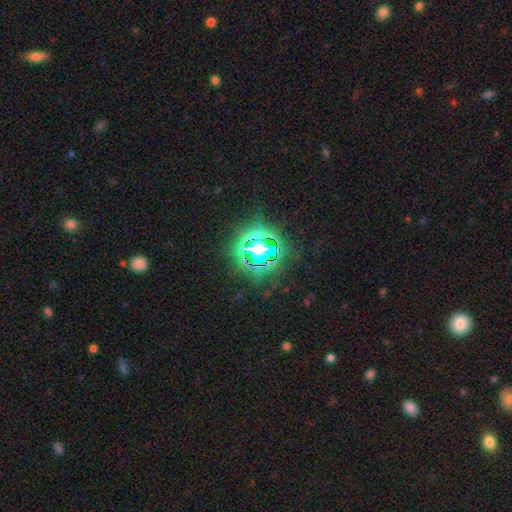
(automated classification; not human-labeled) Overall: star or artifact (82%).